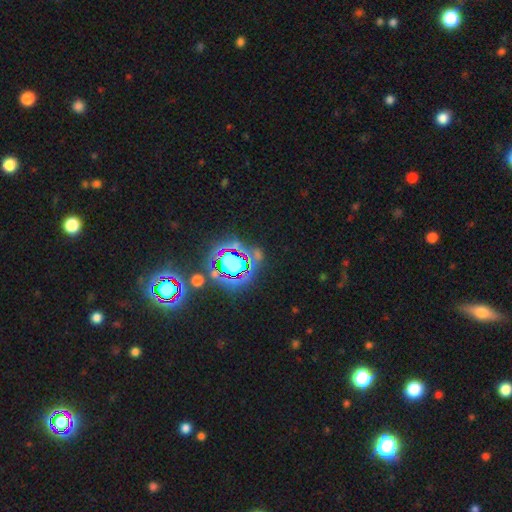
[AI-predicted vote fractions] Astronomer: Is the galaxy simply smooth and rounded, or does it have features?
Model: star or artifact — 71%.